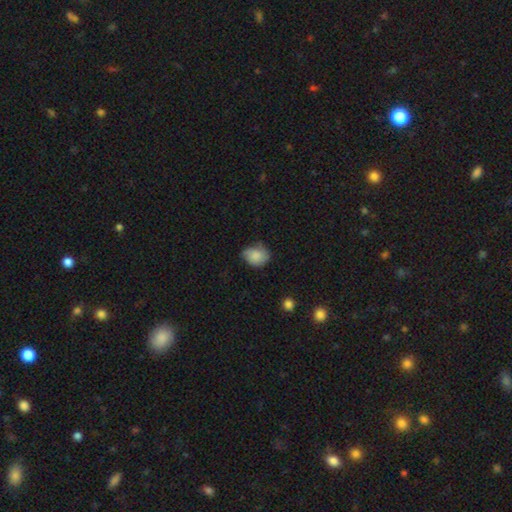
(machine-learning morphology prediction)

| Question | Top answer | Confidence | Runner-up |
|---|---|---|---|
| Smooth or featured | smooth | 82% | featured or disk (10%) |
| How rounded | round | 53% | in between (47%) |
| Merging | none | 56% | minor disturbance (35%) |